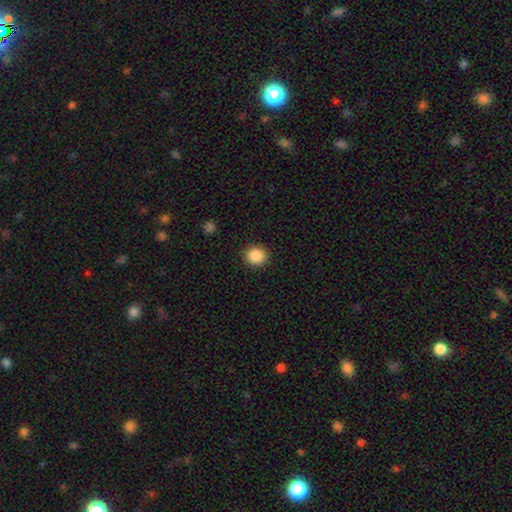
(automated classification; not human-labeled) smooth-or-featured: smooth: 87% | star or artifact: 9% | featured or disk: 4%
  how-rounded: round: 85% | in between: 14% | cigar-shaped: 1%
  merging: none: 90% | minor disturbance: 7% | major disturbance: 2% | merger: 1%